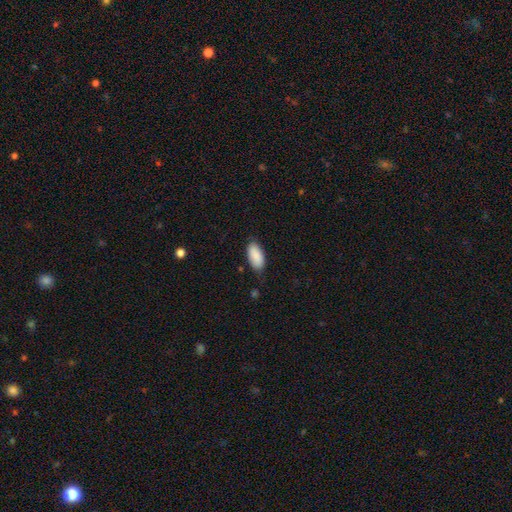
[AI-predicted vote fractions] smooth_or_featured: smooth (p=0.89) [alt: star or artifact p=0.06]
how_rounded: in between (p=0.92) [alt: cigar-shaped p=0.06]
merging: none (p=0.78) [alt: minor disturbance p=0.18]